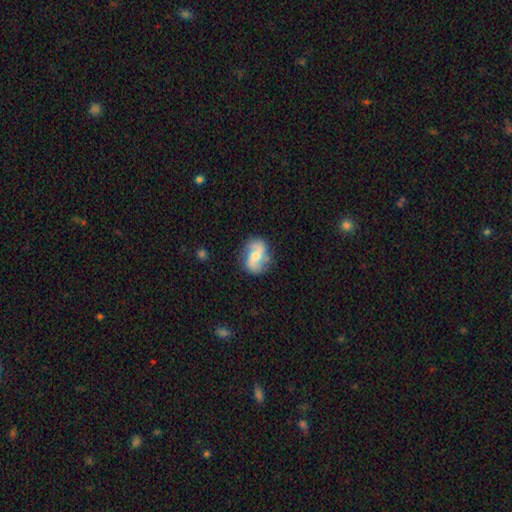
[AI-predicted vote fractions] Smooth or featured?
  - featured or disk: 68% *
  - smooth: 26%
  - star or artifact: 7%
Edge-on disk?
  - no: 96% *
  - yes: 4%
Bar?
  - no: 42% *
  - weak: 40%
  - strong: 18%
Spiral arms?
  - yes: 89% *
  - no: 11%
Spiral winding?
  - loose: 59% *
  - medium: 30%
  - tight: 11%
Spiral arm count?
  - 2: 88% *
  - can't tell: 6%
  - 1: 2%
  - 3: 2%
  - 4: 1%
  - more than 4: 1%
Bulge size?
  - moderate: 58% *
  - small: 36%
  - large: 3%
  - none: 2%
  - dominant: 1%
Merging?
  - none: 76% *
  - minor disturbance: 17%
  - major disturbance: 5%
  - merger: 2%